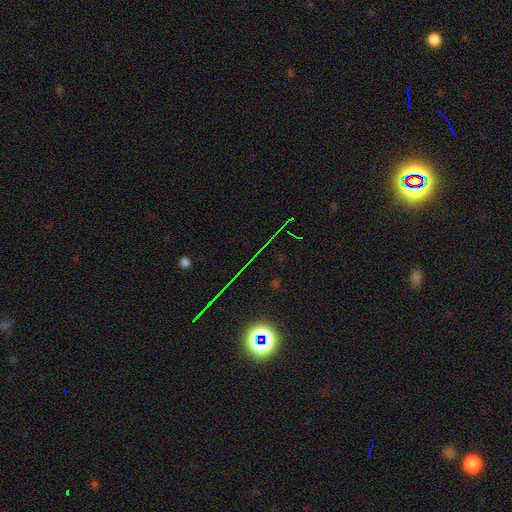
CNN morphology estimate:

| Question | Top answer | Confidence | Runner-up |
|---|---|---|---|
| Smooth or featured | star or artifact | 80% | smooth (11%) |